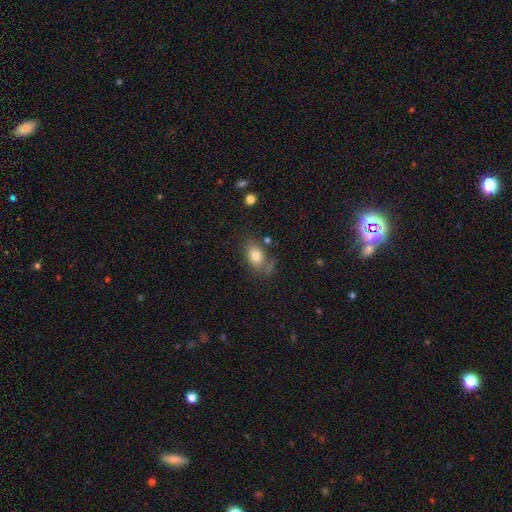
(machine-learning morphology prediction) A smooth galaxy with no disk features (79%) that is in between round and cigar-shaped (81%). Merging: none (61%).